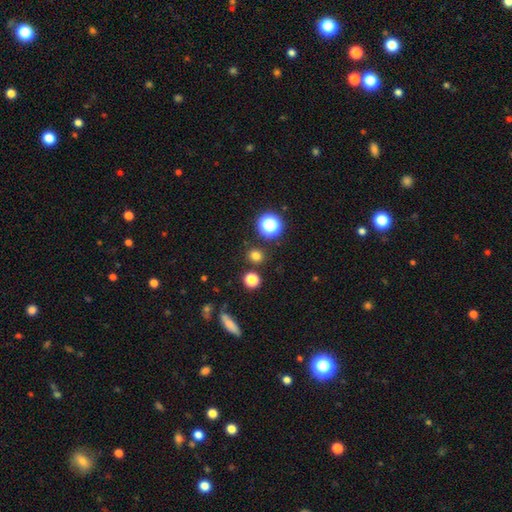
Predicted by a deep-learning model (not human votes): A smooth galaxy with no disk features (75%) that is round (88%). Merging: none (87%).